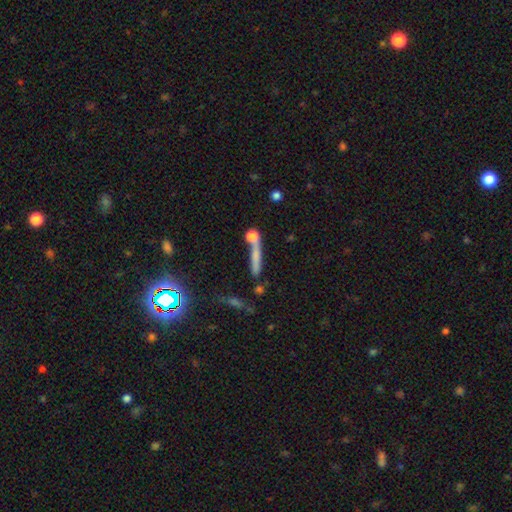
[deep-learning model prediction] Q: Smooth or featured?
A: smooth (59%); runner-up: featured or disk (26%)
Q: How rounded?
A: cigar-shaped (77%); runner-up: in between (13%)
Q: Merging?
A: none (48%); runner-up: merger (29%)